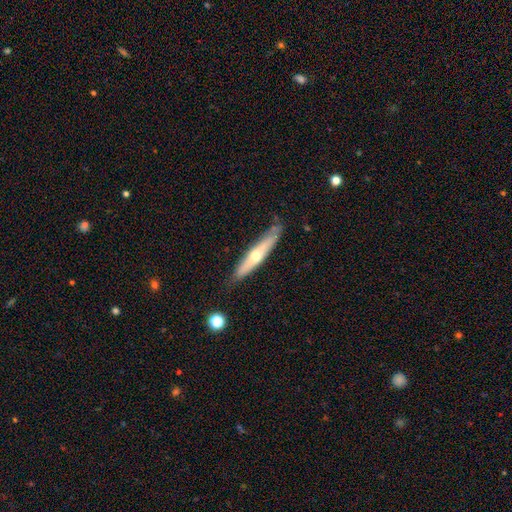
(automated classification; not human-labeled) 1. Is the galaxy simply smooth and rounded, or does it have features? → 50% featured or disk, 44% smooth, 6% star or artifact.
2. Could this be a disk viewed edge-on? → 84% yes, 16% no.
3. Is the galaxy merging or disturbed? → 80% none, 15% minor disturbance, 3% major disturbance, 2% merger.